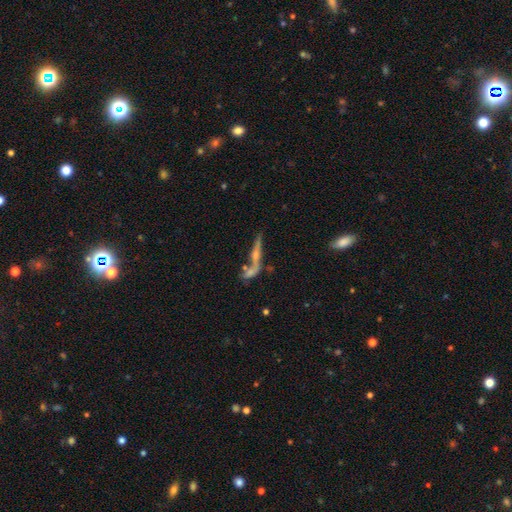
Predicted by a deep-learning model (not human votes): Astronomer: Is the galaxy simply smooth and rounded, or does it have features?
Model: featured or disk — 58%.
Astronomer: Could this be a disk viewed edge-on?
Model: yes — 78%.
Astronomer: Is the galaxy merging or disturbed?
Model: none — 44% (runner-up: merger, 33%).